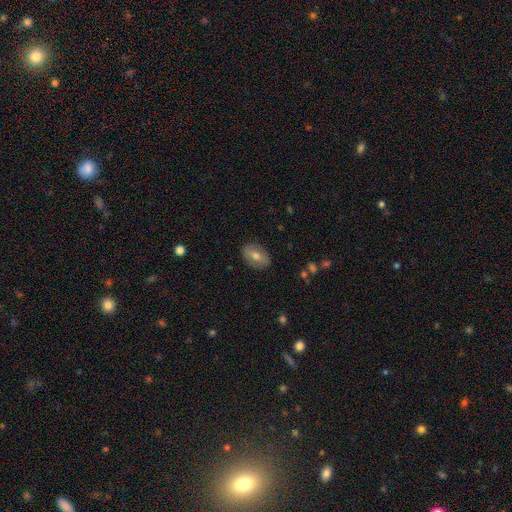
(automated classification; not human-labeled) This is likely a smooth galaxy (63%). How rounded: clearly in between (85%). Merging: clearly none (87%).